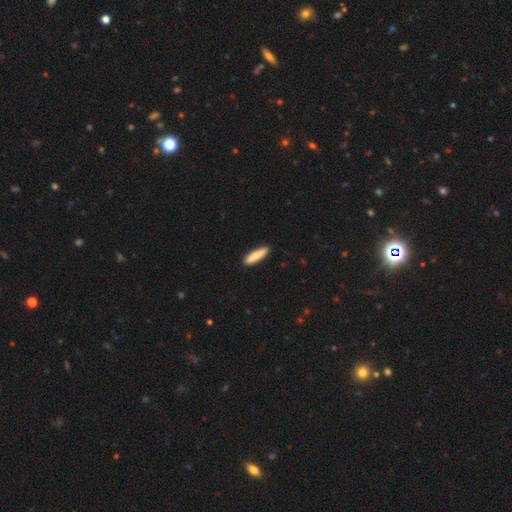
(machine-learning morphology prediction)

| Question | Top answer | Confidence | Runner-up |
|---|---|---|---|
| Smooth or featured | smooth | 83% | featured or disk (12%) |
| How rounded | cigar-shaped | 79% | in between (19%) |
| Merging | none | 90% | minor disturbance (8%) |